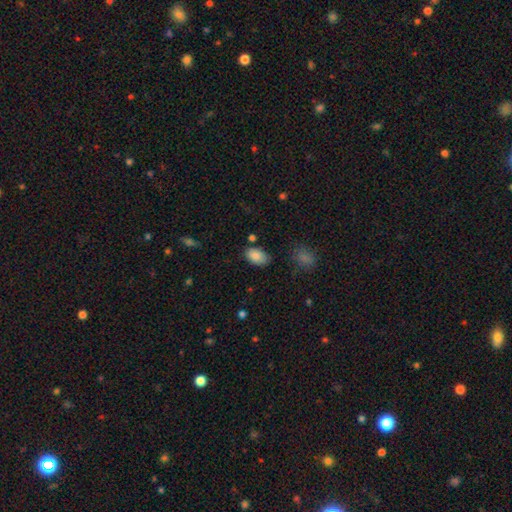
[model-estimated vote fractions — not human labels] A smooth galaxy with no disk features (87%) that is in between round and cigar-shaped (92%). Merging: none (74%).